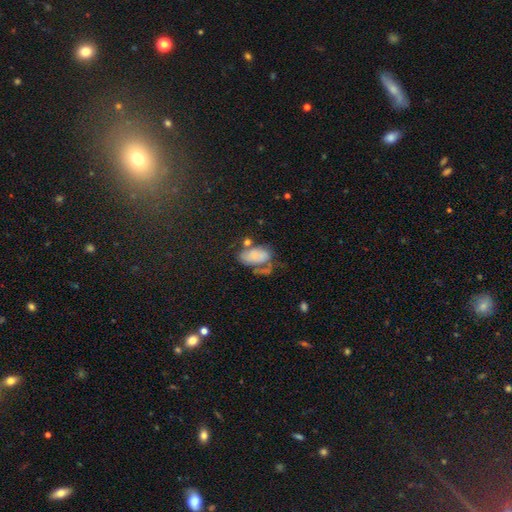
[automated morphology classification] smooth-or-featured: smooth: 58% | featured or disk: 29% | star or artifact: 12%
  how-rounded: in between: 92% | round: 5% | cigar-shaped: 3%
  merging: none: 31% | major disturbance: 25% | minor disturbance: 23% | merger: 21%